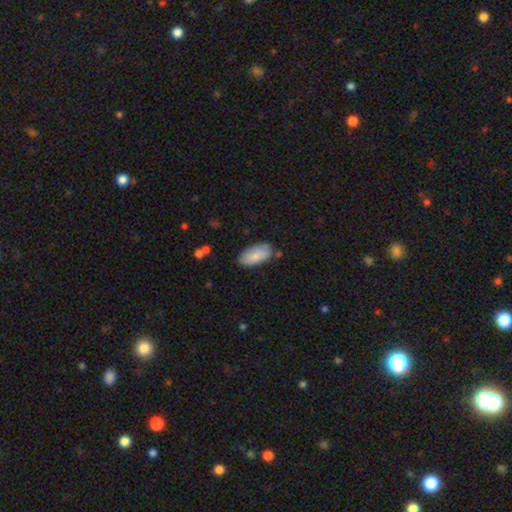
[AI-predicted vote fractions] A smooth galaxy with no disk features (81%) that is in between round and cigar-shaped (93%).

Vote fractions:
- Smooth or featured? smooth: 81% / featured or disk: 13% / star or artifact: 6%
- How rounded? in between: 93% / cigar-shaped: 5% / round: 2%
- Merging? none: 73% / minor disturbance: 20% / major disturbance: 4% / merger: 4%